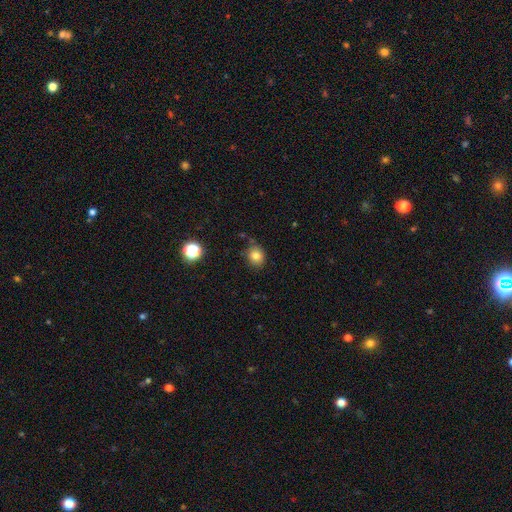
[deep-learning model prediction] Smooth or featured?
  - smooth: 80% *
  - star or artifact: 13%
  - featured or disk: 7%
How rounded?
  - round: 70% *
  - in between: 29%
  - cigar-shaped: 1%
Merging?
  - none: 74% *
  - minor disturbance: 18%
  - merger: 4%
  - major disturbance: 4%